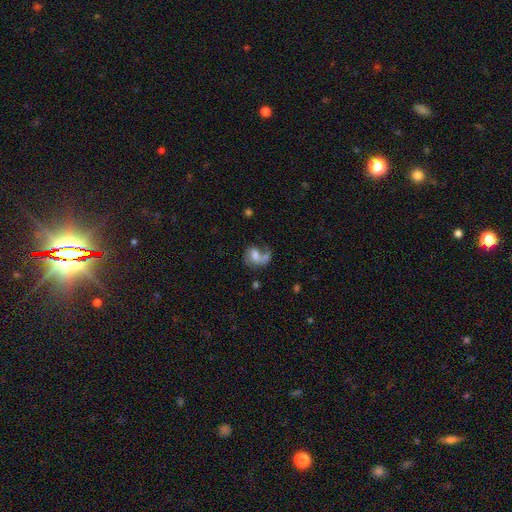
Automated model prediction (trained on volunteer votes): Smooth or featured: featured or disk — 55% (smooth — 36%)
Edge-on disk: no — 97% (yes — 3%)
Bar: no — 53% (weak — 36%)
Spiral arms: yes — 77% (no — 23%)
Bulge size: moderate — 40% (small — 22%)
Merging: none — 32% (merger — 29%)